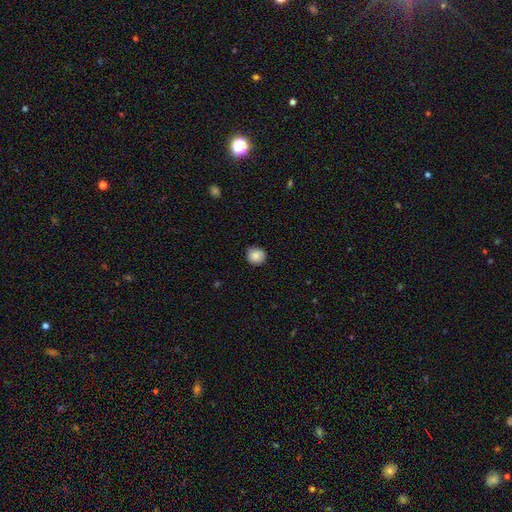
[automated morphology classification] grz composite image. It shows a smooth galaxy with no disk features (85%) that is round (89%). Merging: none (83%).